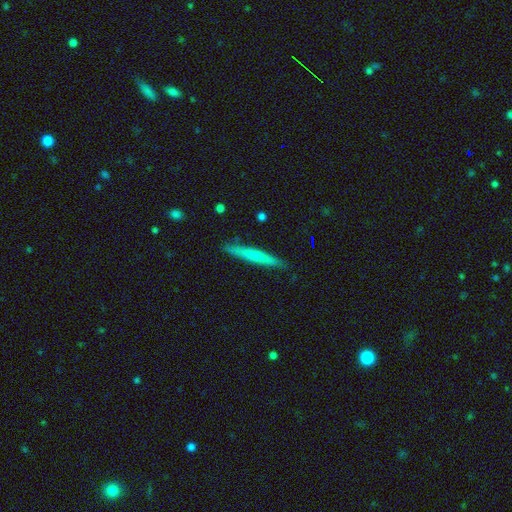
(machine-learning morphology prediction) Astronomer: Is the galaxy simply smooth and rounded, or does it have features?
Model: smooth — 60%.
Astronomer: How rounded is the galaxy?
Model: cigar-shaped — 96%.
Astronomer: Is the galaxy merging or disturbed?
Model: none — 89%.